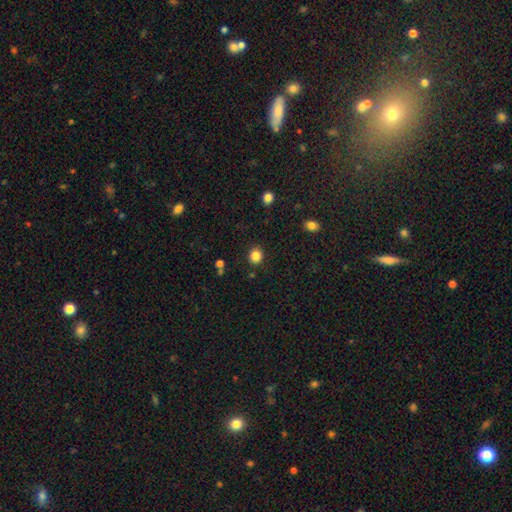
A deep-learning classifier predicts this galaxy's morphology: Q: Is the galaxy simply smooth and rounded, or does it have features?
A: smooth — 84%.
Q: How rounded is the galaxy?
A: round — 81%.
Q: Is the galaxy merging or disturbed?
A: none — 89%.